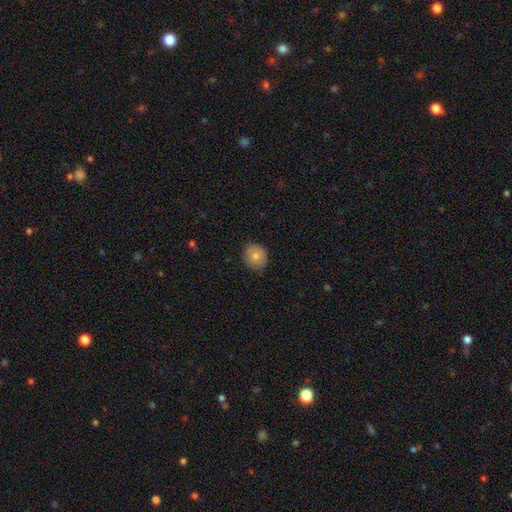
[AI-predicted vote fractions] Smooth or featured? Predicted: smooth (p=0.79). How rounded? Predicted: round (p=0.75). Merging? Predicted: none (p=0.80).